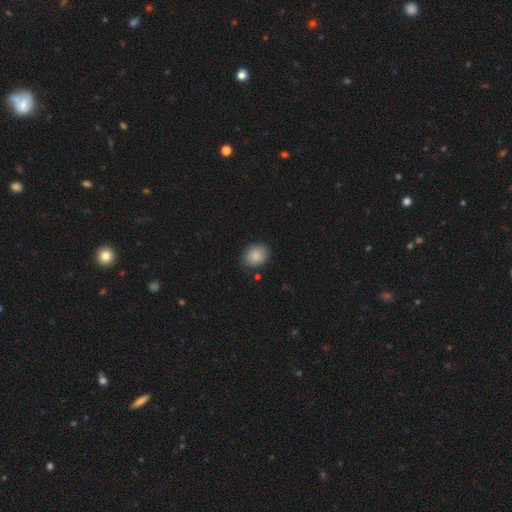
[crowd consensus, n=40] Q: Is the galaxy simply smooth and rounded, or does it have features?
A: smooth — 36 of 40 (90%).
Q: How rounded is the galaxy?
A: round — 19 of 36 (53%).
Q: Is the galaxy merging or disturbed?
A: none — 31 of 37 (84%).